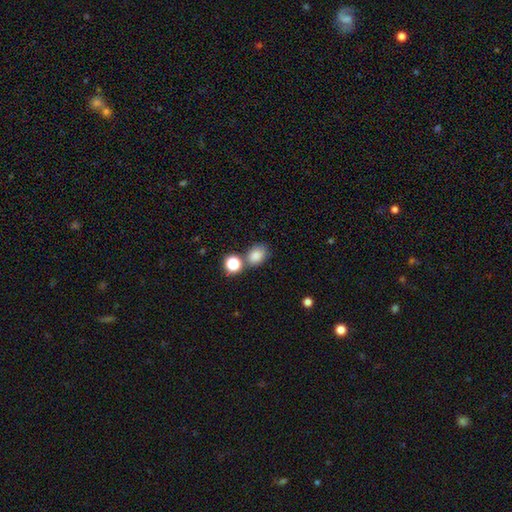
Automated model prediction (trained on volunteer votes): A smooth galaxy with no disk features (82%) that is in between round and cigar-shaped (65%).

Vote fractions:
- Smooth or featured? smooth: 82% / star or artifact: 12% / featured or disk: 6%
- How rounded? in between: 65% / round: 33% / cigar-shaped: 1%
- Merging? none: 62% / merger: 19% / minor disturbance: 14% / major disturbance: 5%